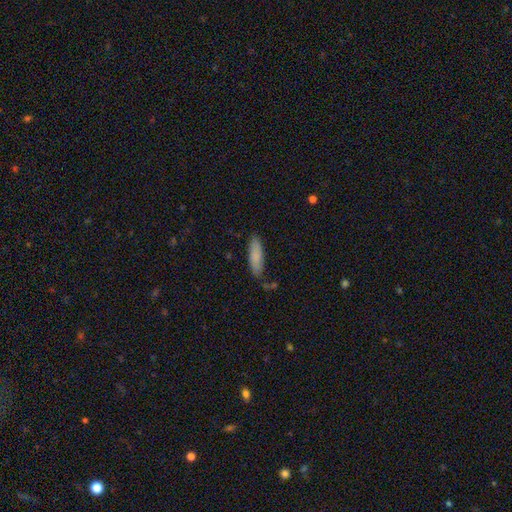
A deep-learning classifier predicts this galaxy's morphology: Smooth or featured? Predicted: smooth (p=0.82). How rounded? Predicted: cigar-shaped (p=0.53). Merging? Predicted: none (p=0.78).